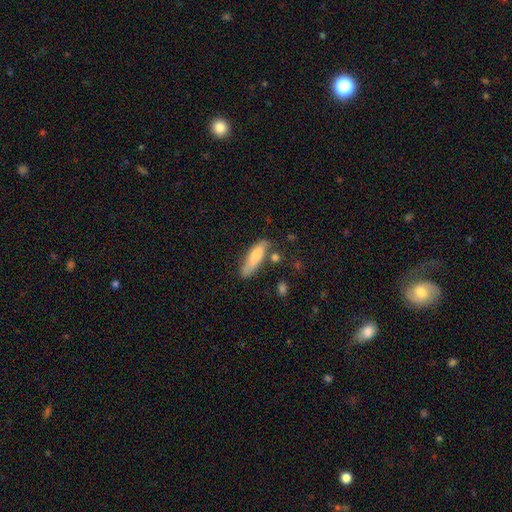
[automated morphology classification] The model was most divided on "how rounded": cigar-shaped: 55%, in between: 43%, round: 2%. More confident: smooth or featured — smooth (77%); merging — none (56%).